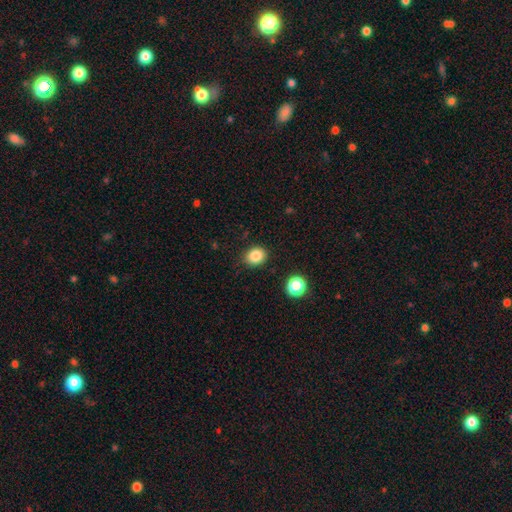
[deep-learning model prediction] Morphology: type=smooth (85%); roundness=round (59%); merging=none (86%).